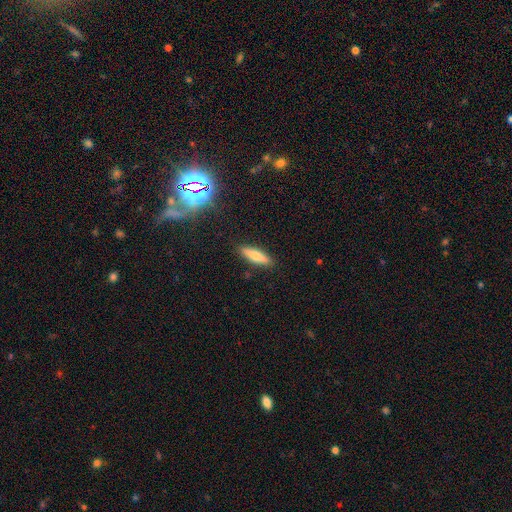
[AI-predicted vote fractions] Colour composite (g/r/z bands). It shows a smooth galaxy with no disk features (70%) that is cigar-shaped (69%). Merging: none (89%).